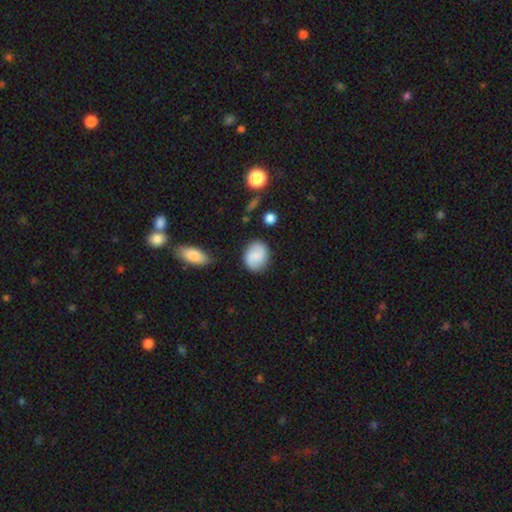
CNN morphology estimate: A smooth galaxy with no disk features (68%) that is in between round and cigar-shaped (52%). Merging: none (81%).